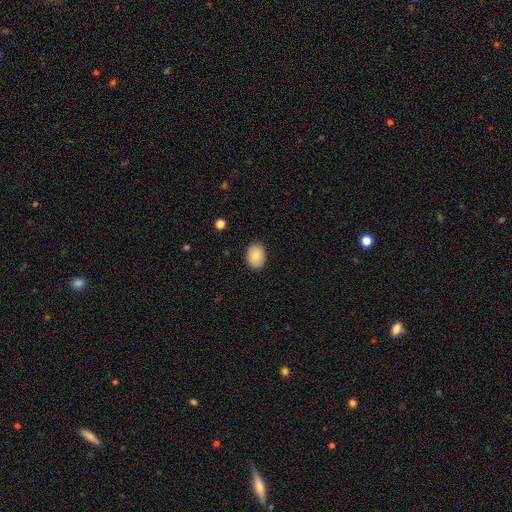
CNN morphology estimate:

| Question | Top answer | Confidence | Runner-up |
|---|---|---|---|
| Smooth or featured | smooth | 85% | featured or disk (8%) |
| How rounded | in between | 74% | round (25%) |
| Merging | none | 89% | minor disturbance (8%) |